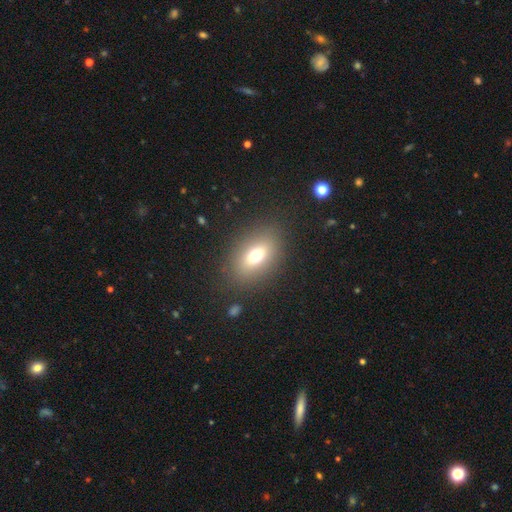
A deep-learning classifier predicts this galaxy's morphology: Overall: smooth (70%). How rounded: in between (78%). Merging: none (85%).